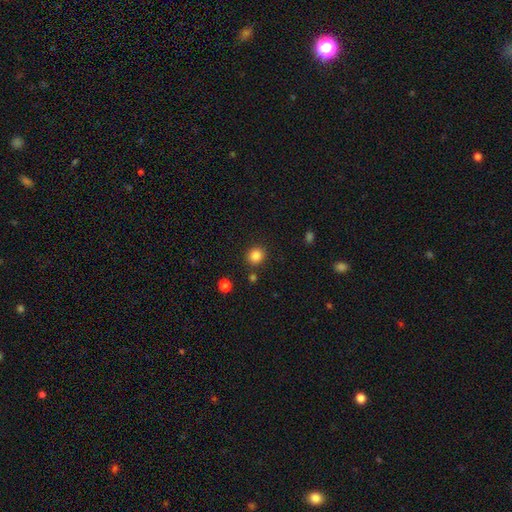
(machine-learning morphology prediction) This is clearly a smooth galaxy (85%). How rounded: clearly round (86%). Merging: clearly none (87%).